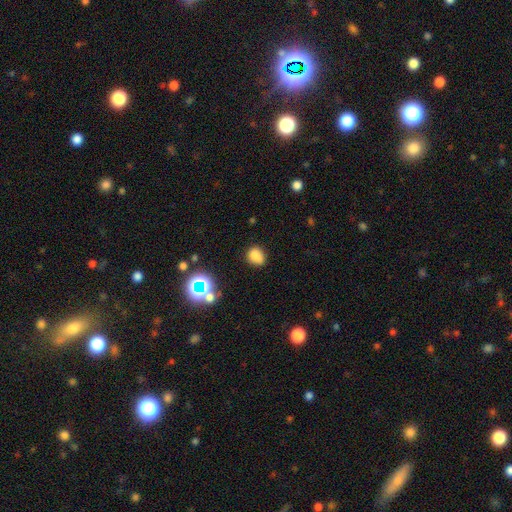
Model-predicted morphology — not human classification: The model was most divided on "how rounded": in between: 54%, round: 45%, cigar-shaped: 1%. More confident: smooth or featured — smooth (80%); merging — none (79%).